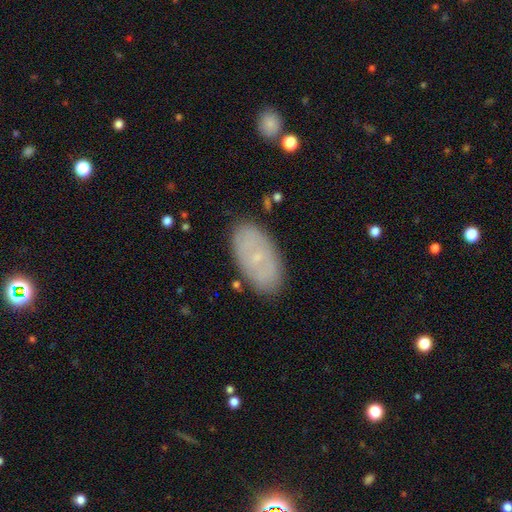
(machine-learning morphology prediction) smooth-or-featured: smooth: 49% | featured or disk: 41% | star or artifact: 11%
  merging: none: 85% | minor disturbance: 11% | major disturbance: 3% | merger: 2%